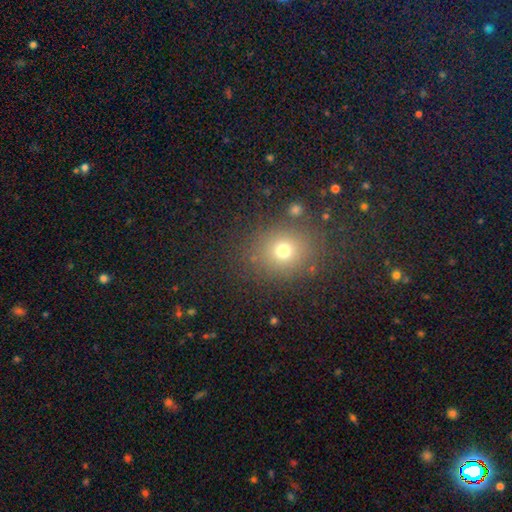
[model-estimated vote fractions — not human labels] A smooth galaxy with no disk features (64%) that is round (72%).

Vote fractions:
- Smooth or featured? smooth: 64% / star or artifact: 28% / featured or disk: 8%
- How rounded? round: 72% / in between: 27% / cigar-shaped: 1%
- Merging? none: 87% / minor disturbance: 8% / major disturbance: 3% / merger: 2%